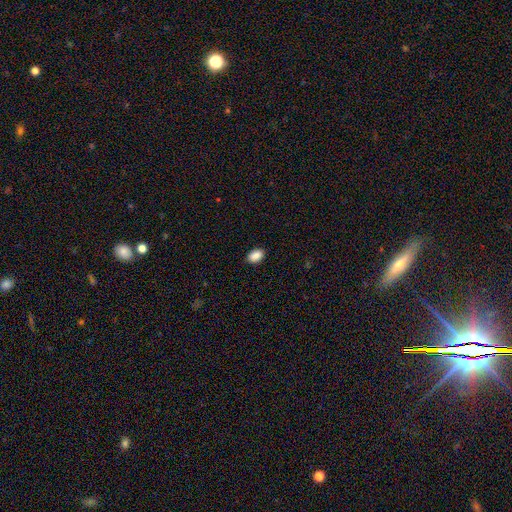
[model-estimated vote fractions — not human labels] A smooth galaxy with no disk features (89%) that is in between round and cigar-shaped (88%).

Vote fractions:
- Smooth or featured? smooth: 89% / star or artifact: 7% / featured or disk: 3%
- How rounded? in between: 88% / round: 10% / cigar-shaped: 1%
- Merging? none: 89% / minor disturbance: 8% / major disturbance: 2% / merger: 1%